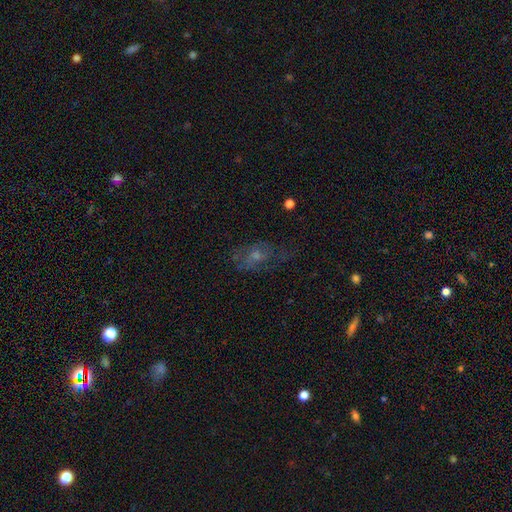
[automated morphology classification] Smooth or featured: featured or disk — 46% (smooth — 34%)
Merging: none — 54% (minor disturbance — 23%)